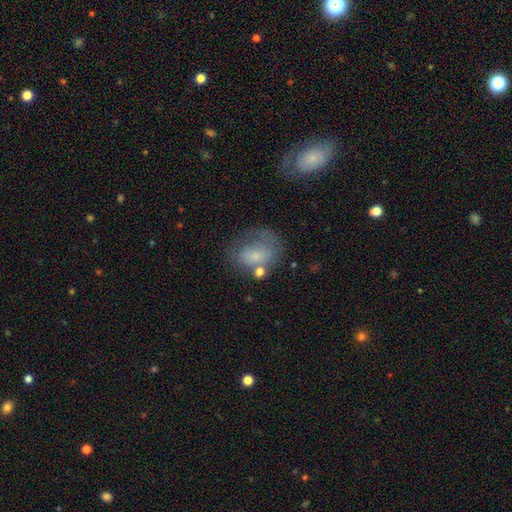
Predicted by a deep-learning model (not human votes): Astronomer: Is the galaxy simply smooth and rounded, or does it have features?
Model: smooth — 54% (runner-up: featured or disk, 35%).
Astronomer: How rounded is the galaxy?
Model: in between — 62%.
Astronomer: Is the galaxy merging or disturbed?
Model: none — 38% (runner-up: major disturbance, 26%).